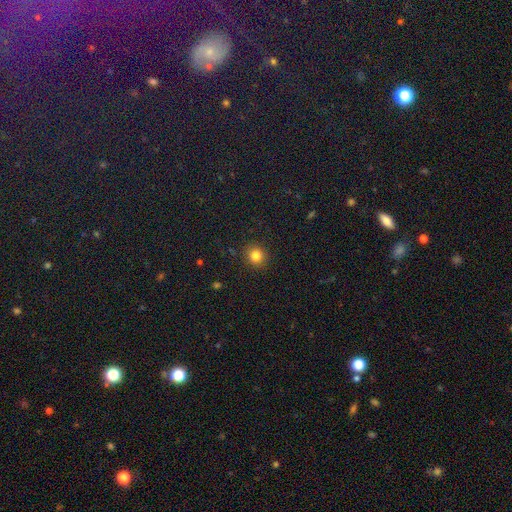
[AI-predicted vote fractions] Q: Smooth or featured?
A: smooth (82%); runner-up: star or artifact (12%)
Q: How rounded?
A: round (87%); runner-up: in between (12%)
Q: Merging?
A: none (90%); runner-up: minor disturbance (6%)